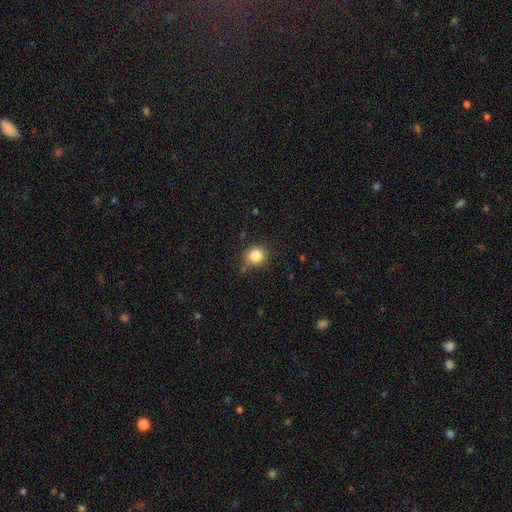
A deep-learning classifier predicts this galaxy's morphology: Q: Smooth or featured?
A: smooth (83%); runner-up: star or artifact (11%)
Q: How rounded?
A: round (85%); runner-up: in between (14%)
Q: Merging?
A: none (75%); runner-up: minor disturbance (17%)